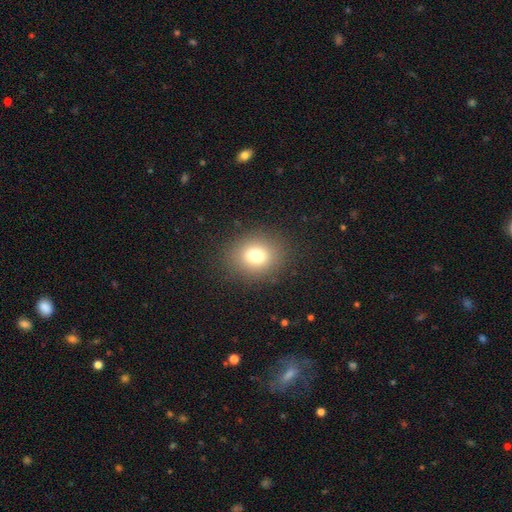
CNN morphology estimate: A smooth galaxy with no disk features (76%) that is round (65%). Merging: none (87%).